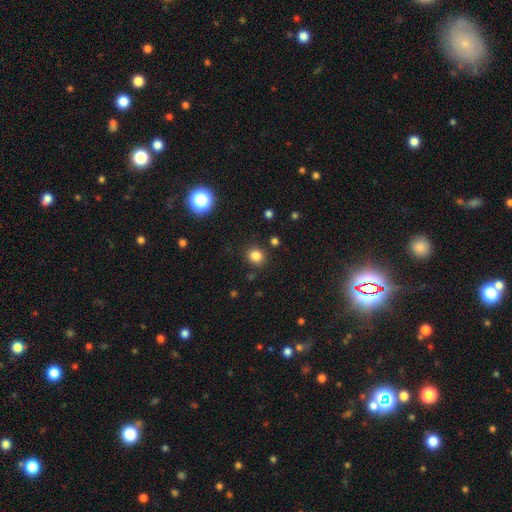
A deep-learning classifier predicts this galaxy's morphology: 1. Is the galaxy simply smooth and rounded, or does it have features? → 82% smooth, 13% star or artifact, 4% featured or disk.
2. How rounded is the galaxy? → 79% round, 20% in between, 1% cigar-shaped.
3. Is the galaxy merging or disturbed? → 86% none, 8% minor disturbance, 3% major disturbance, 3% merger.